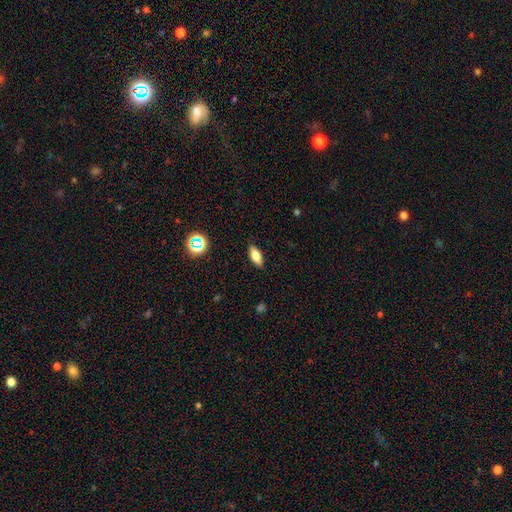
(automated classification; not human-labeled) Morphology: type=smooth (74%); roundness=in between (75%); merging=none (88%).